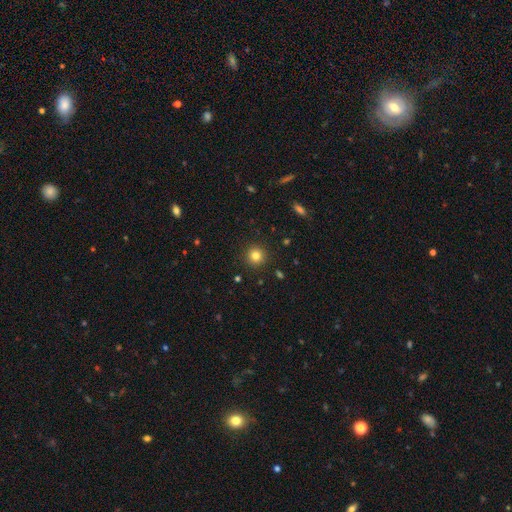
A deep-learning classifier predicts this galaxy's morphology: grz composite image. It shows a smooth galaxy with no disk features (81%) that is round (94%). Merging: none (91%).